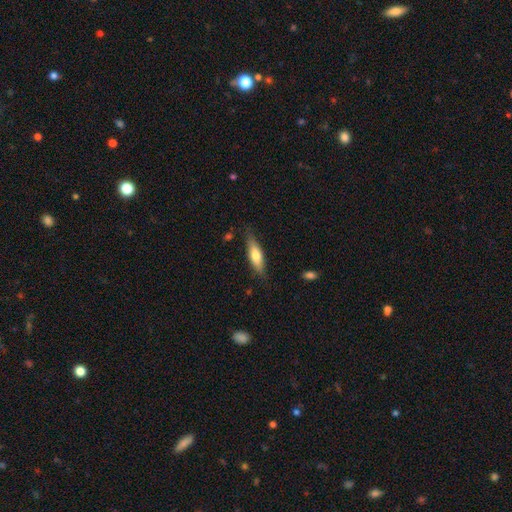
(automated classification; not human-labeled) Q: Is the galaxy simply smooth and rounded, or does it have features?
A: smooth — 65%.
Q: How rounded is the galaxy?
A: cigar-shaped — 53%.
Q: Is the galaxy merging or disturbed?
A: none — 78%.